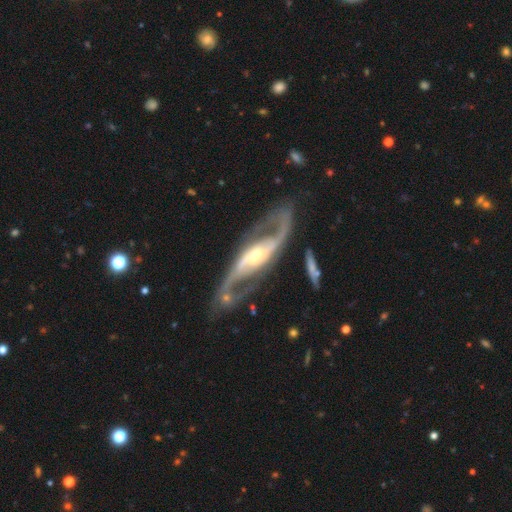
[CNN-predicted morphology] This appears to be a featured or disk galaxy (91%) with a strong bar (45%), 2 (92%) medium (45%) spiral arms (96%) and a small central bulge (47%, tied with moderate). Merging: none (71%).